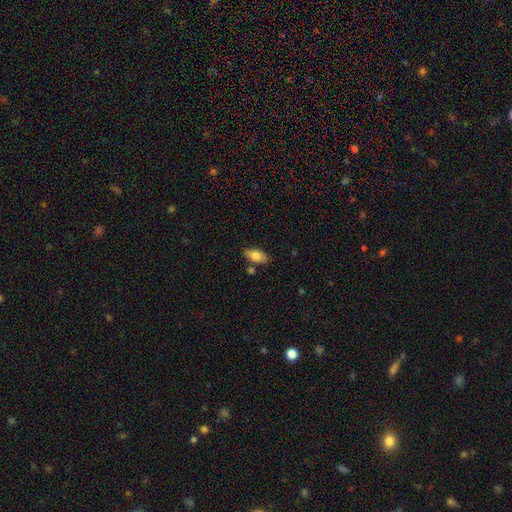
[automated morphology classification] type=smooth (77%); roundness=in between (89%); merging=none (80%).